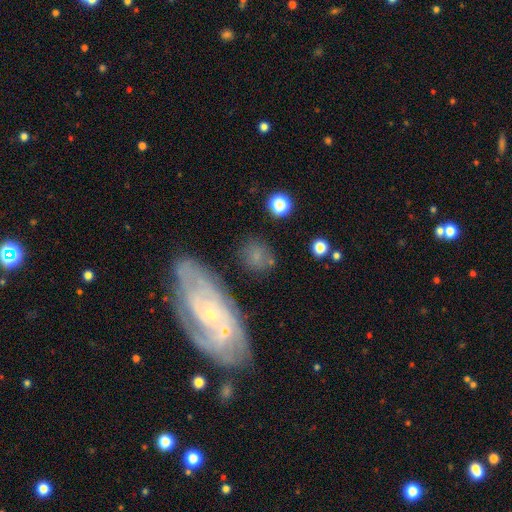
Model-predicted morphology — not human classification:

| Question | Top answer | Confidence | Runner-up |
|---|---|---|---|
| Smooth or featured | smooth | 66% | featured or disk (22%) |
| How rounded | round | 66% | in between (30%) |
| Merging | none | 72% | minor disturbance (15%) |